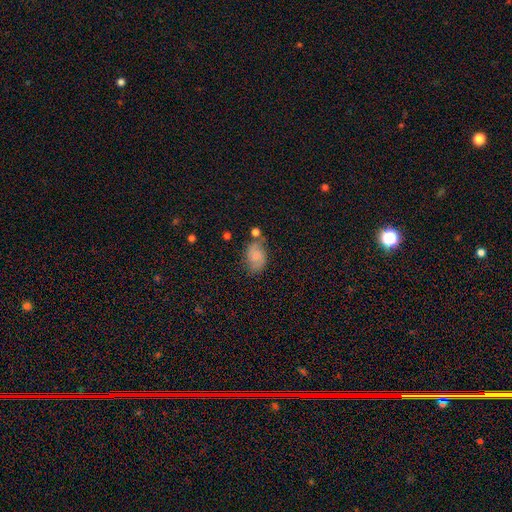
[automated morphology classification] Overall: smooth (57%; featured or disk 33%). How rounded: in between (80%). Merging: none (62%).